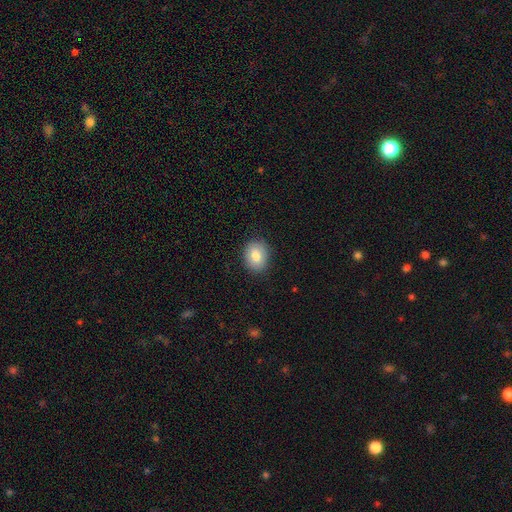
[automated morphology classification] smooth-or-featured: smooth: 81% | featured or disk: 11% | star or artifact: 8%
  how-rounded: in between: 51% | round: 48% | cigar-shaped: 1%
  merging: none: 87% | minor disturbance: 10% | major disturbance: 2% | merger: 1%